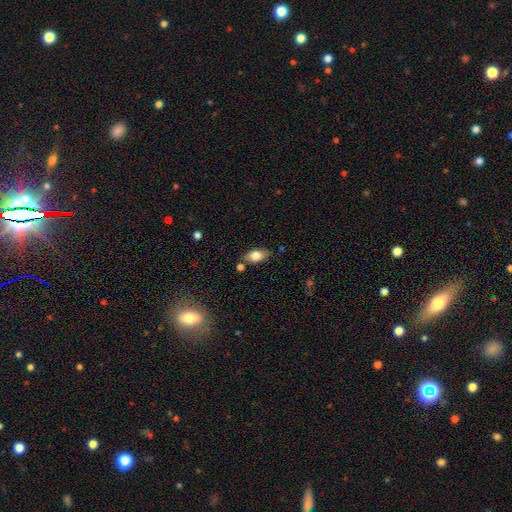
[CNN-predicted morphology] Q: Smooth or featured?
A: smooth (76%); runner-up: featured or disk (16%)
Q: How rounded?
A: in between (88%); runner-up: round (7%)
Q: Merging?
A: none (77%); runner-up: minor disturbance (14%)